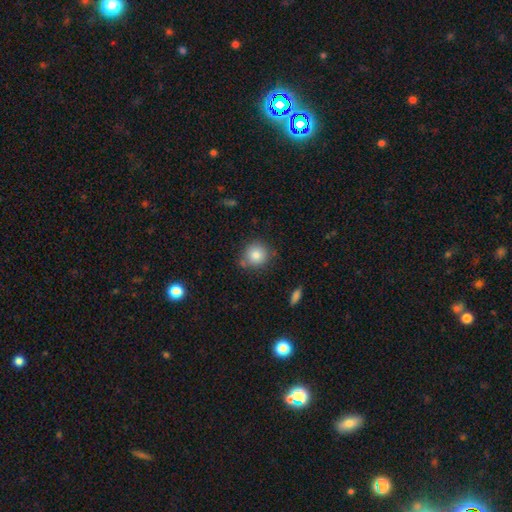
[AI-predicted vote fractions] A smooth galaxy with no disk features (83%) that is round (90%). Merging: none (77%).